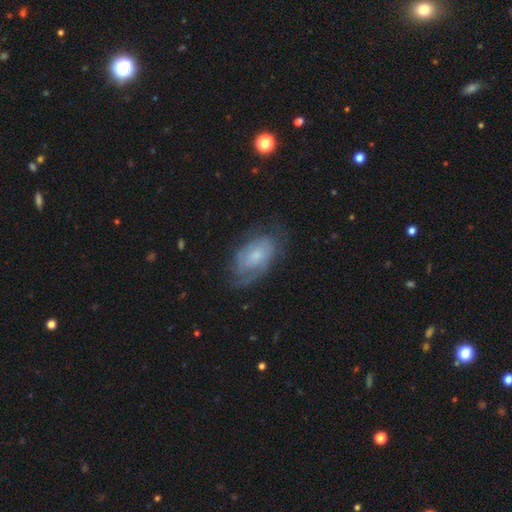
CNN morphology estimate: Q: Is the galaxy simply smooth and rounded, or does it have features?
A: featured or disk — 64%.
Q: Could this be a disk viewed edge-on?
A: no — 95%.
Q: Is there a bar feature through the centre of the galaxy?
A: no — 69%.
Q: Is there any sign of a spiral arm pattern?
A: yes — 83%.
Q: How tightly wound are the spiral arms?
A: tight — 54%.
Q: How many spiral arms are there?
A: can't tell — 41%.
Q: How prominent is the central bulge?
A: small — 47%.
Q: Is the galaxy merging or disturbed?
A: none — 63%.